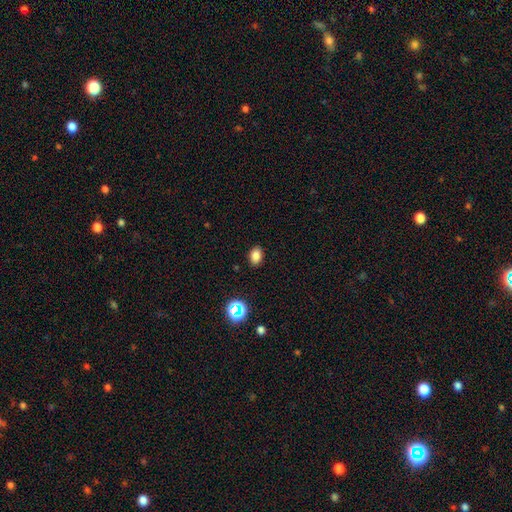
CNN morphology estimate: A smooth galaxy with no disk features (82%) that is in between round and cigar-shaped (77%). Merging: none (88%).